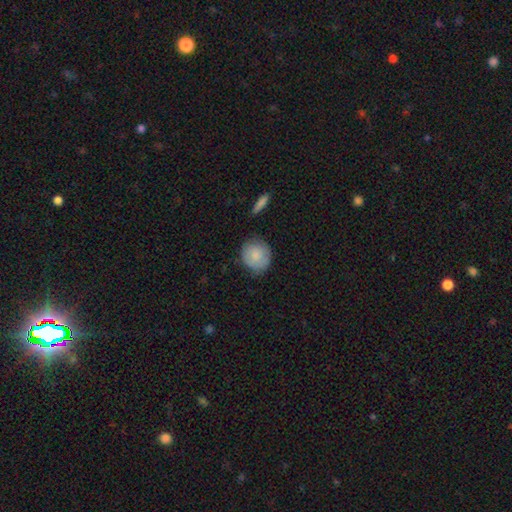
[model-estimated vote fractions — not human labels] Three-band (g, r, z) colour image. It shows a smooth galaxy with no disk features (80%) that is round (86%). Merging: none (74%).